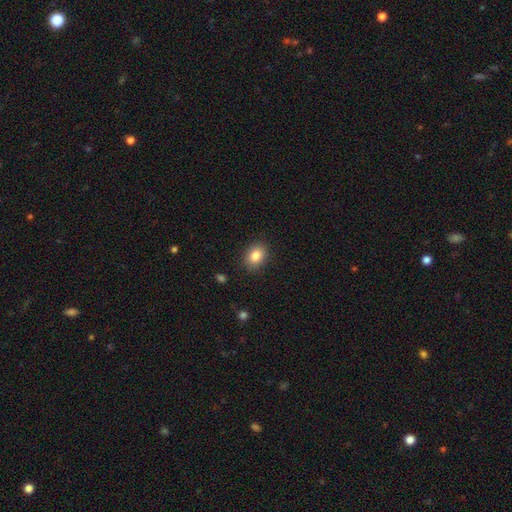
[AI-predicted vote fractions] Smooth or featured? smooth (84%)
How rounded? in between (66%)
Merging? none (88%)